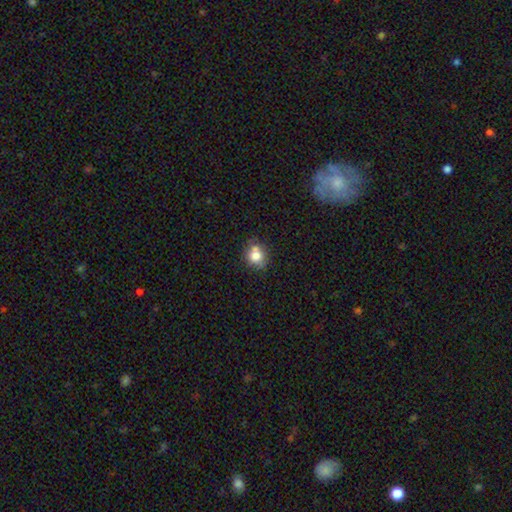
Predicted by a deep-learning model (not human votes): Smooth or featured?
  - smooth: 75% *
  - featured or disk: 13%
  - star or artifact: 12%
How rounded?
  - round: 71% *
  - in between: 27%
  - cigar-shaped: 1%
Merging?
  - none: 63% *
  - minor disturbance: 19%
  - merger: 13%
  - major disturbance: 5%